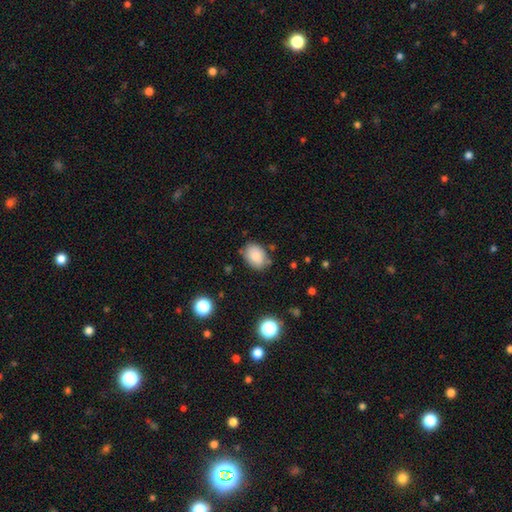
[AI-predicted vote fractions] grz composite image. It shows a smooth galaxy with no disk features (84%) that is in between round and cigar-shaped (75%). Merging: none (77%).